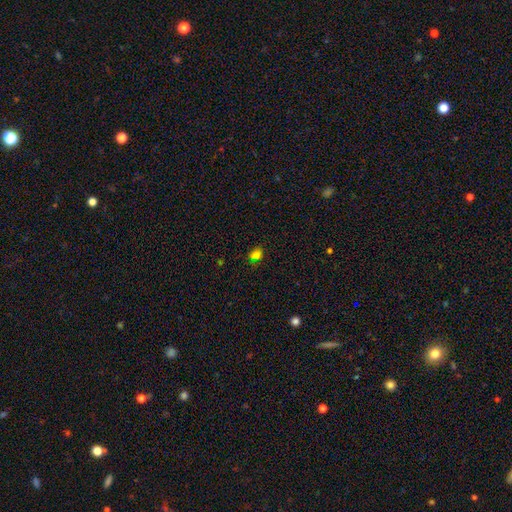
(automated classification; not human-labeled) This is likely a smooth galaxy (67%). How rounded: likely in between (64%). Merging: likely none (74%).